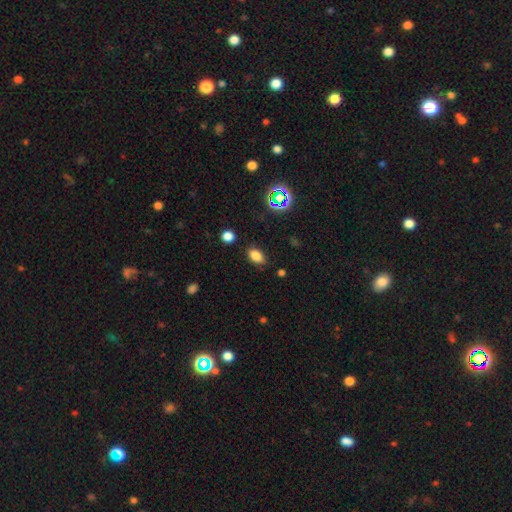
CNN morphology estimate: Overall: smooth (77%). How rounded: in between (86%). Merging: none (82%).